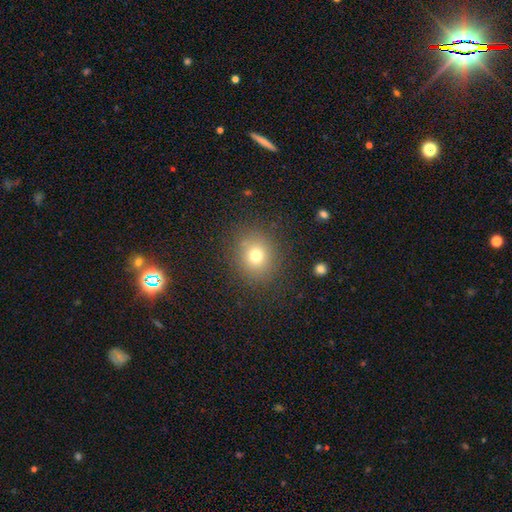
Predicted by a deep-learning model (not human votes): The model was most divided on "smooth or featured": smooth: 73%, star or artifact: 16%, featured or disk: 11%. More confident: merging — none (84%); how rounded — round (81%).